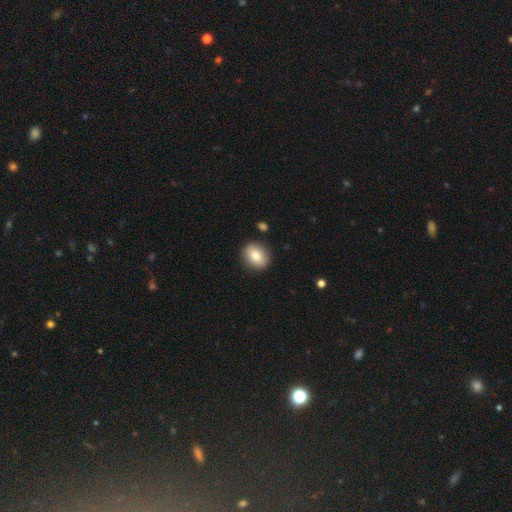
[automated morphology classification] A smooth galaxy with no disk features (81%) that is round (63%).

Vote fractions:
- Smooth or featured? smooth: 81% / featured or disk: 11% / star or artifact: 8%
- How rounded? round: 63% / in between: 36% / cigar-shaped: 1%
- Merging? none: 88% / minor disturbance: 8% / major disturbance: 2% / merger: 2%